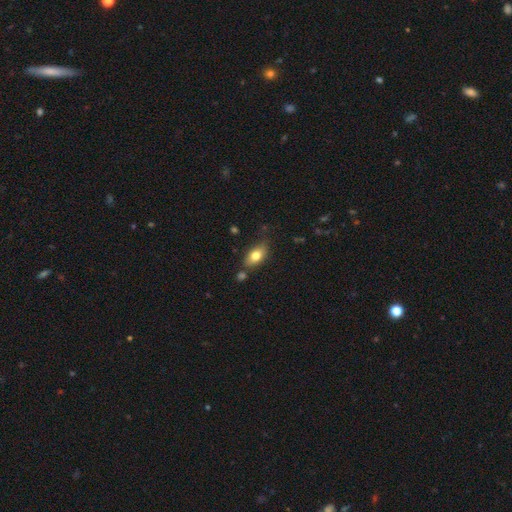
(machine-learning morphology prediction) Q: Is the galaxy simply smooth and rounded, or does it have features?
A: smooth — 77%.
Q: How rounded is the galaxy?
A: in between — 87%.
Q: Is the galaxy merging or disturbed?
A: none — 71%.